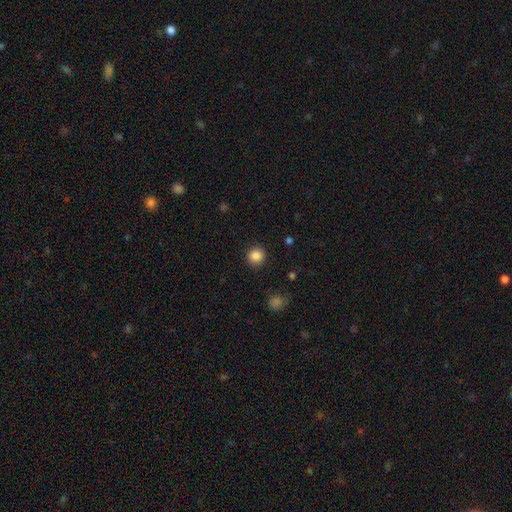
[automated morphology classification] This is clearly a smooth galaxy (86%). How rounded: clearly round (92%). Merging: clearly none (90%).